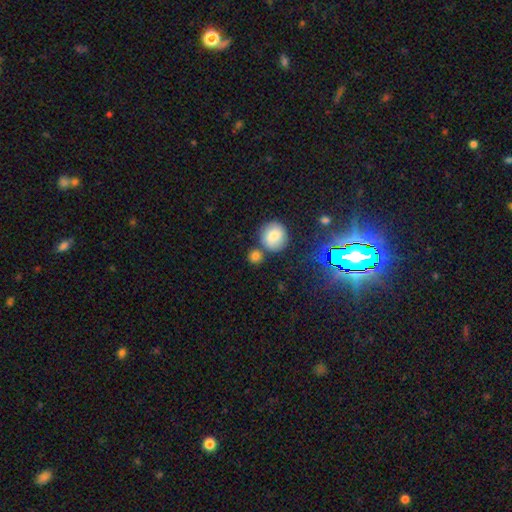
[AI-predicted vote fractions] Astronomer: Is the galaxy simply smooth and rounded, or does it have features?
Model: smooth — 79%.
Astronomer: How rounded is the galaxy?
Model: round — 88%.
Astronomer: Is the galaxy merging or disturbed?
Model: none — 63%.